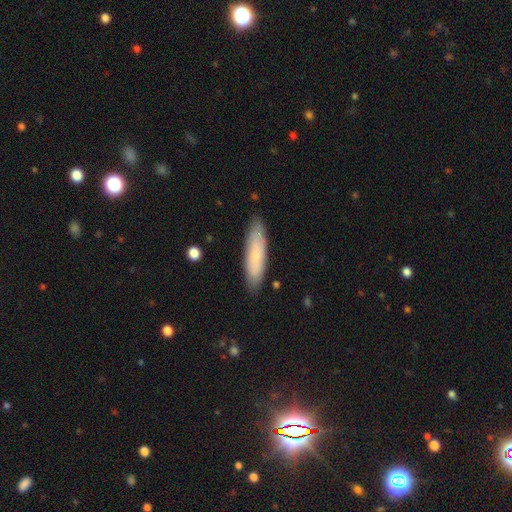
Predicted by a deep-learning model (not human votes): Morphology: type=smooth (69%); roundness=cigar-shaped (73%); merging=none (87%).